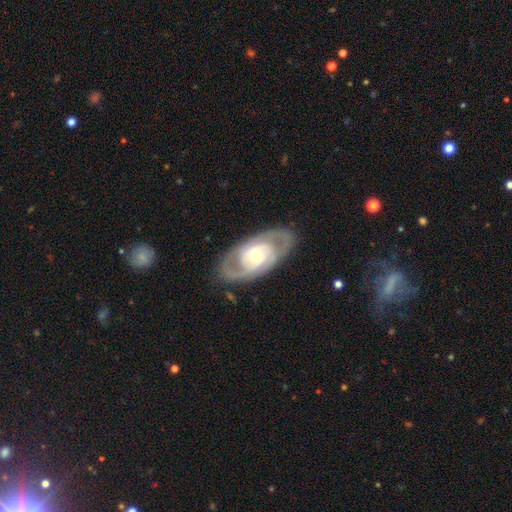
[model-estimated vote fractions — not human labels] This is clearly a featured or disk galaxy (84%). It is clearly not viewed edge-on (94%). Bar: likely no (67%). Spiral arm pattern: clearly yes (88%). Spiral arm count: likely 2 (72%). Spiral winding: possibly tight (50%). Central bulge: possibly moderate (51%). Merging: clearly none (82%).